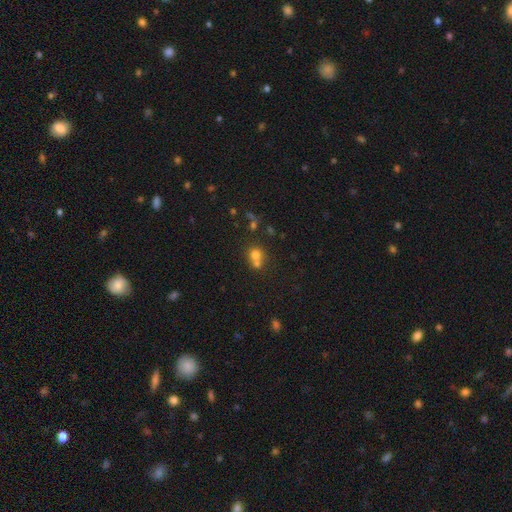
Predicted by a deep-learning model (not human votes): Overall: smooth (69%). How rounded: round (79%). Merging: merger (54%; none 36%).